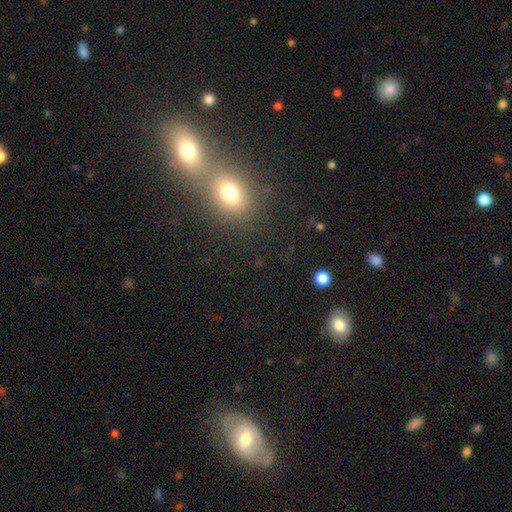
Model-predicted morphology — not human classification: The model was most divided on "merging": none: 49%, merger: 39%, minor disturbance: 8%, major disturbance: 4%. More confident: how rounded — round (62%); smooth or featured — smooth (53%).